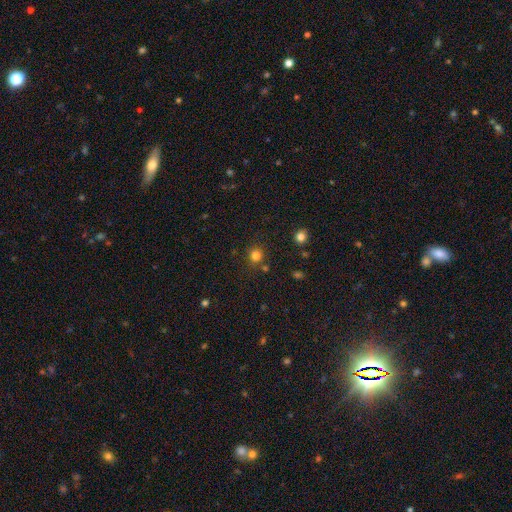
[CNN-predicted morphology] Smooth or featured? Predicted: smooth (p=0.80). How rounded? Predicted: round (p=0.90). Merging? Predicted: none (p=0.81).